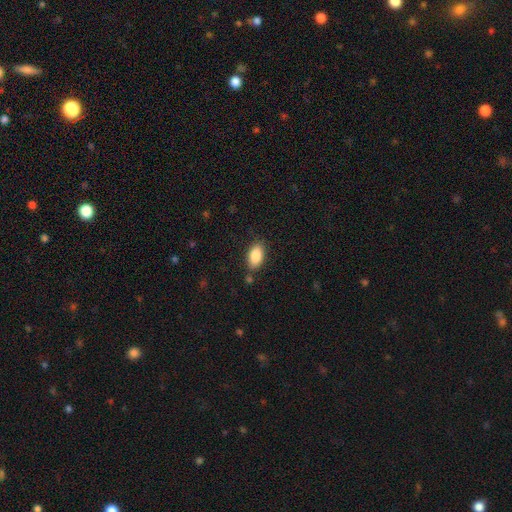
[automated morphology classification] The model was most divided on "merging": none: 80%, minor disturbance: 13%, merger: 4%, major disturbance: 3%. More confident: how rounded — in between (92%); smooth or featured — smooth (87%).